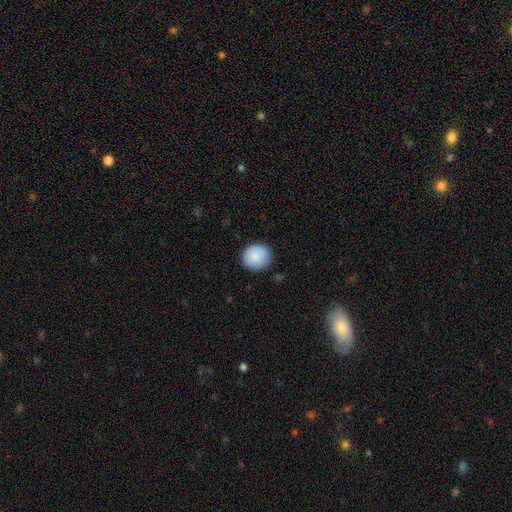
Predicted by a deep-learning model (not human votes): A smooth galaxy with no disk features (87%) that is round (89%). Merging: none (87%).